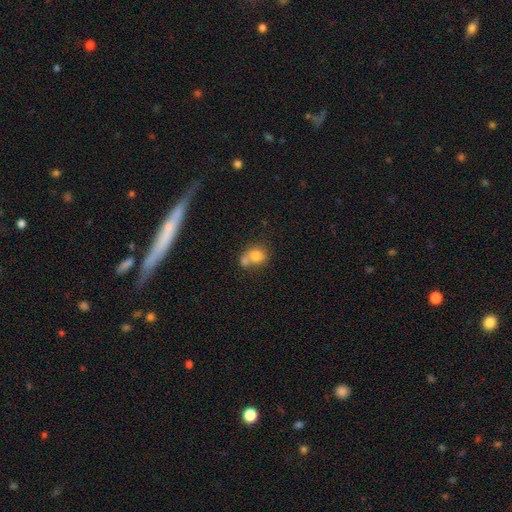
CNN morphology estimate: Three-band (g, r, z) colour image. It shows a smooth galaxy with no disk features (77%) that is round (71%). Merging: merger (54%).